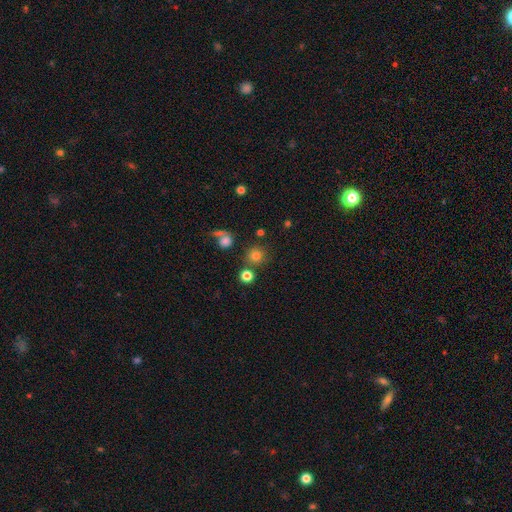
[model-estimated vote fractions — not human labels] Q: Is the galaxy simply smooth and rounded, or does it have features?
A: smooth — 78%.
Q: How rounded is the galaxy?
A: round — 91%.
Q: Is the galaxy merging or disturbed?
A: none — 71%.